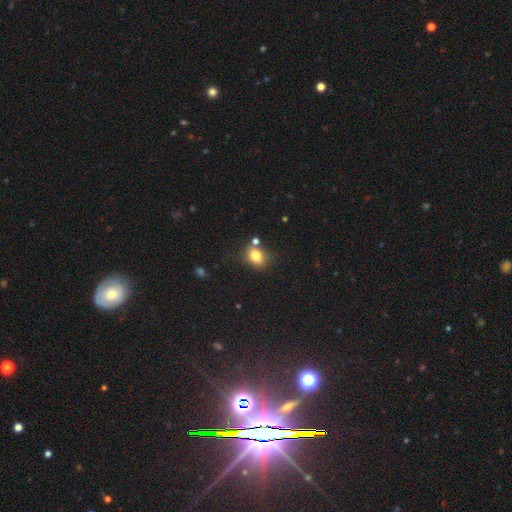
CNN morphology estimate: smooth_or_featured: smooth (p=0.80) [alt: star or artifact p=0.11]
how_rounded: in between (p=0.52) [alt: round p=0.46]
merging: none (p=0.66) [alt: minor disturbance p=0.15]